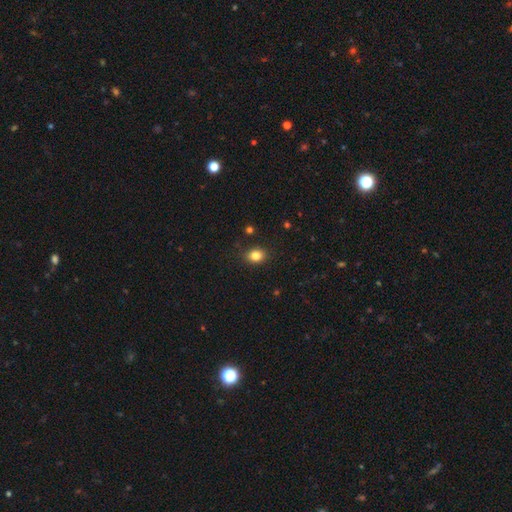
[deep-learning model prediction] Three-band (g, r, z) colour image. It shows a smooth galaxy with no disk features (83%) that is in between round and cigar-shaped (56%). Merging: none (85%).